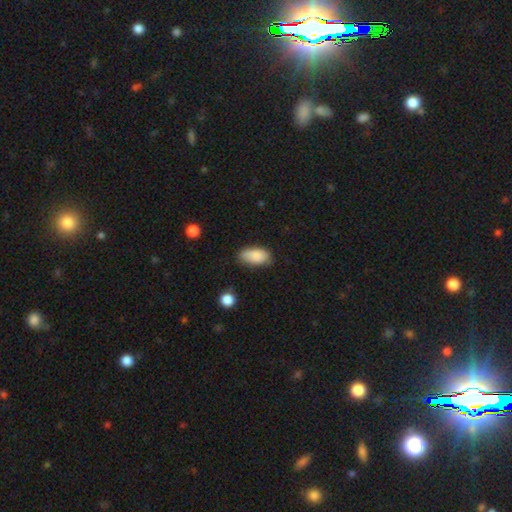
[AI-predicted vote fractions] smooth-or-featured: smooth: 86% | star or artifact: 7% | featured or disk: 6%
  how-rounded: in between: 92% | cigar-shaped: 4% | round: 4%
  merging: none: 67% | minor disturbance: 25% | major disturbance: 5% | merger: 2%